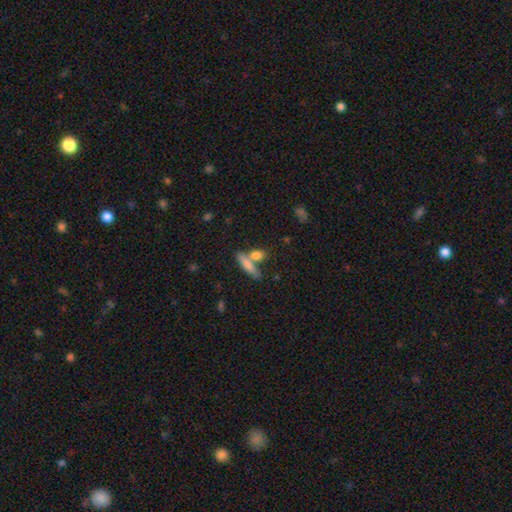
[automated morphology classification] Smooth or featured? smooth (73%)
How rounded? cigar-shaped (44%)
Merging? none (51%)